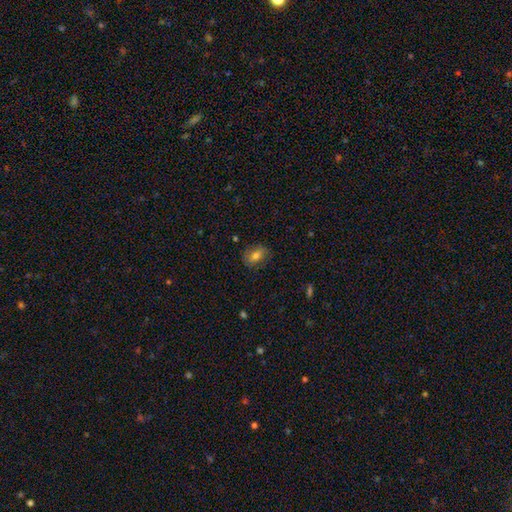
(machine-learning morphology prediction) smooth-or-featured: smooth: 75% | featured or disk: 15% | star or artifact: 10%
  how-rounded: in between: 73% | round: 25% | cigar-shaped: 2%
  merging: none: 81% | minor disturbance: 14% | major disturbance: 4% | merger: 1%